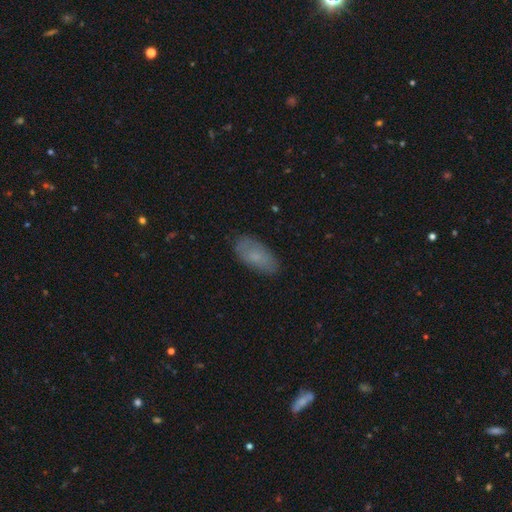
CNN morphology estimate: Smooth or featured? smooth (73%)
How rounded? in between (89%)
Merging? none (82%)